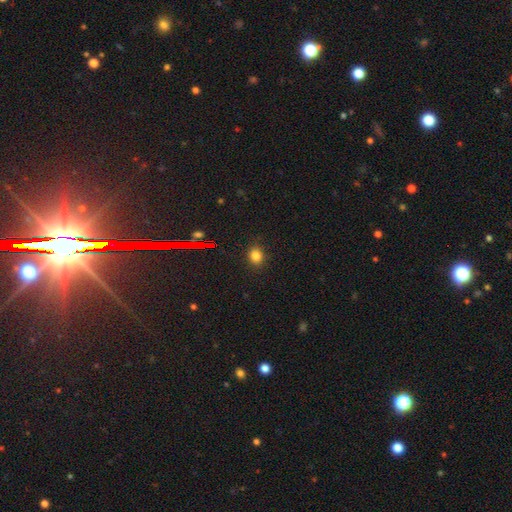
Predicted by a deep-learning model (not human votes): Smooth or featured: smooth — 79% (star or artifact — 15%)
How rounded: round — 61% (in between — 38%)
Merging: none — 88% (minor disturbance — 9%)